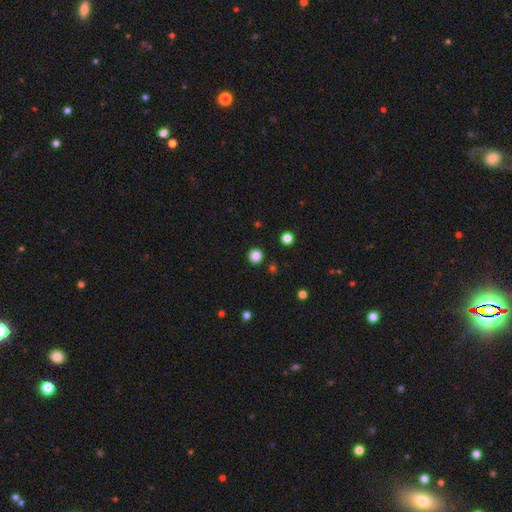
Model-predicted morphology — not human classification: This appears to be a smooth galaxy with no disk features (85%) that is round (96%). Merging: none (92%).